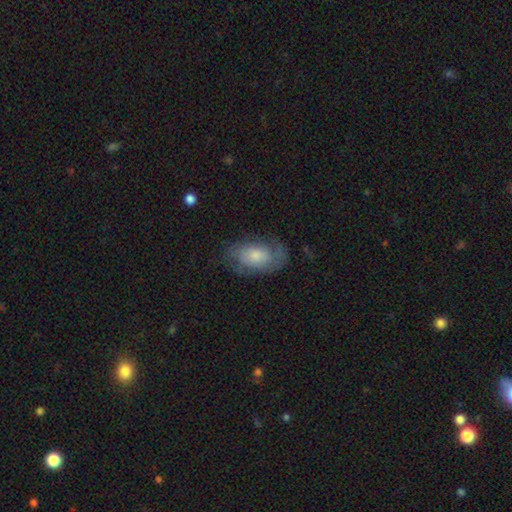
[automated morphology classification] A featured or disk galaxy (52%). Merging: none (65%).